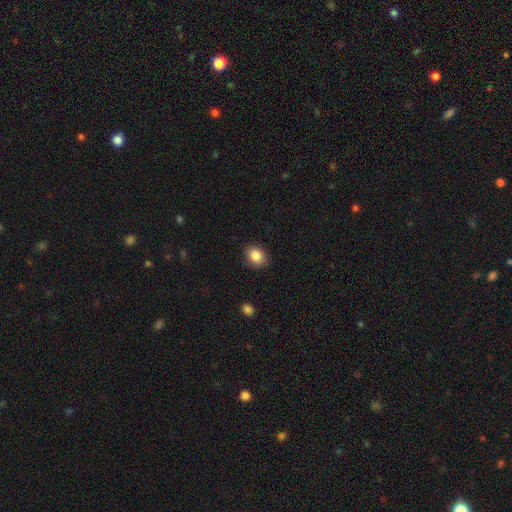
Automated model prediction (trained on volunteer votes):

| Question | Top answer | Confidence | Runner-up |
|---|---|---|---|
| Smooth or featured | smooth | 86% | star or artifact (9%) |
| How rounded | round | 50% | in between (49%) |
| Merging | none | 89% | minor disturbance (8%) |